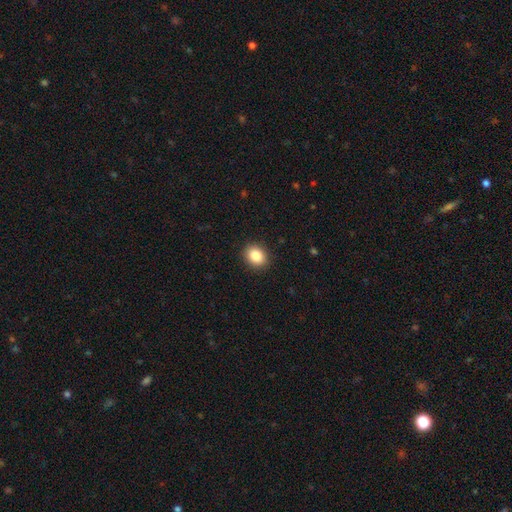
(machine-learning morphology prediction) A smooth galaxy with no disk features (87%) that is in between round and cigar-shaped (50%).

Vote fractions:
- Smooth or featured? smooth: 87% / star or artifact: 9% / featured or disk: 4%
- How rounded? in between: 50% / round: 49% / cigar-shaped: 1%
- Merging? none: 90% / minor disturbance: 7% / major disturbance: 2% / merger: 1%